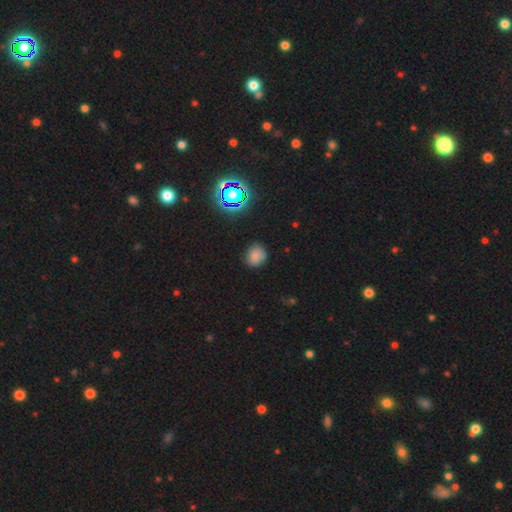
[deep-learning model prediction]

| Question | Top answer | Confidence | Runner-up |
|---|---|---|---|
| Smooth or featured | smooth | 76% | star or artifact (17%) |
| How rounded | round | 71% | in between (28%) |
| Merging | none | 79% | minor disturbance (16%) |